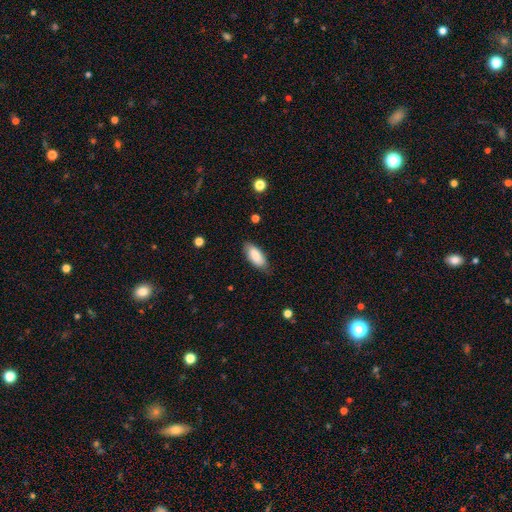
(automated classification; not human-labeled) Overall: smooth (86%). How rounded: in between (84%). Merging: none (81%).